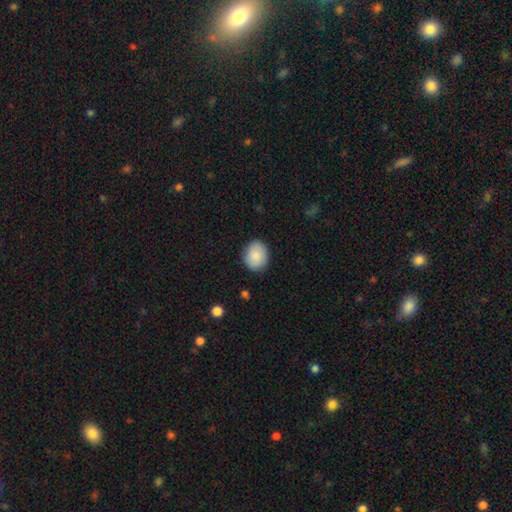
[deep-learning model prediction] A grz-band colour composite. It shows a smooth galaxy with no disk features (87%) that is round (58%). Merging: none (87%).